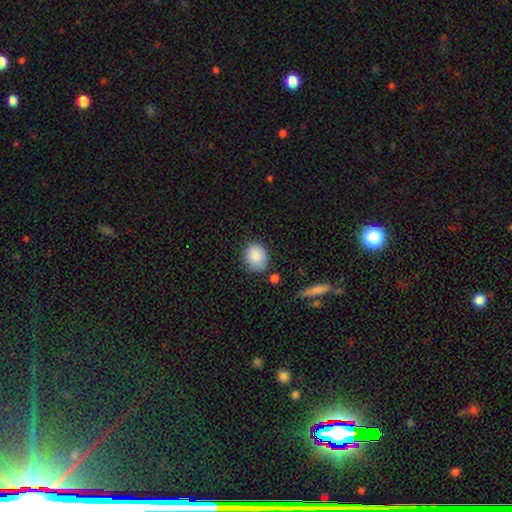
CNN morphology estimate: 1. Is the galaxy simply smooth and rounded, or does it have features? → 88% smooth, 7% star or artifact, 5% featured or disk.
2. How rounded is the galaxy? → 60% round, 39% in between, 1% cigar-shaped.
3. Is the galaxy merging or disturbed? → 74% none, 17% minor disturbance, 5% merger, 4% major disturbance.